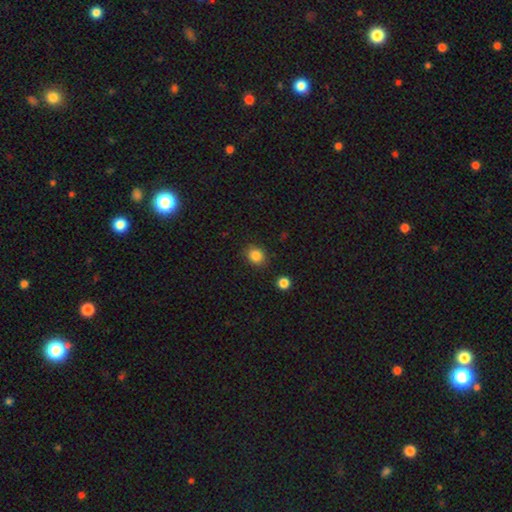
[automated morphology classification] Smooth or featured? smooth (85%)
How rounded? round (73%)
Merging? none (87%)